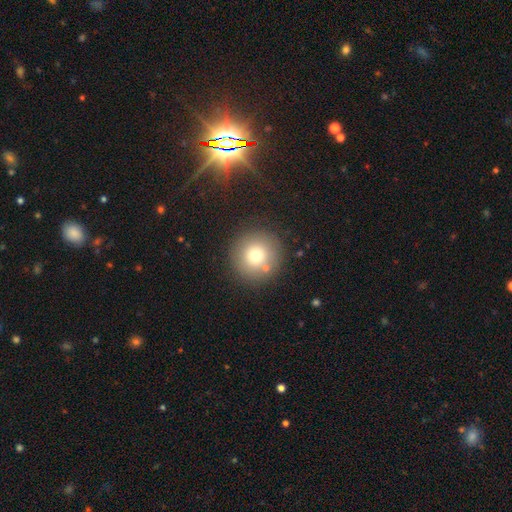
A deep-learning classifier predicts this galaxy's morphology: smooth_or_featured: smooth (p=0.75) [alt: featured or disk p=0.13]
how_rounded: round (p=0.95) [alt: in between p=0.04]
merging: none (p=0.84) [alt: minor disturbance p=0.08]